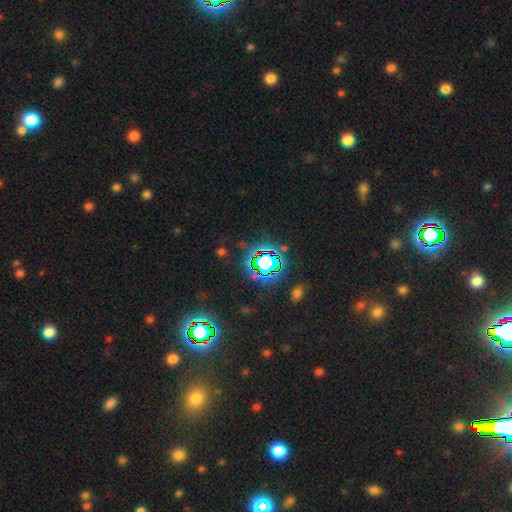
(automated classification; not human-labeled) Smooth or featured?
  - star or artifact: 79% *
  - smooth: 13%
  - featured or disk: 8%